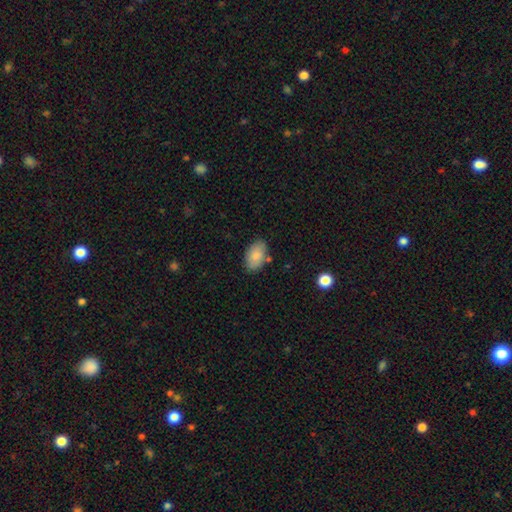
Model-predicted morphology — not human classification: A smooth galaxy with no disk features (84%) that is in between round and cigar-shaped (93%). Merging: none (79%).